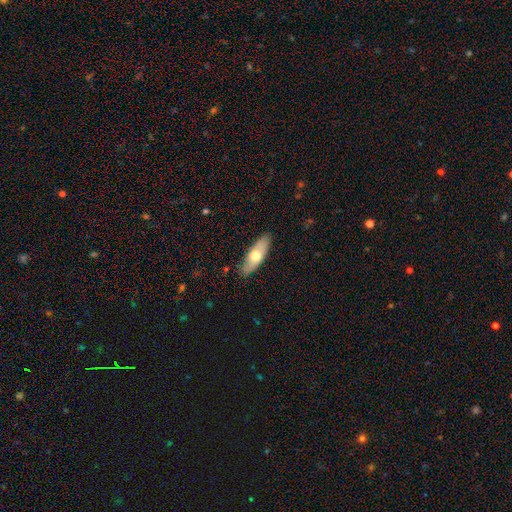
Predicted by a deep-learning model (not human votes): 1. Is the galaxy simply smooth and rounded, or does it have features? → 62% smooth, 32% featured or disk, 6% star or artifact.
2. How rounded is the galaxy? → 63% in between, 35% cigar-shaped, 2% round.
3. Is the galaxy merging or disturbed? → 86% none, 11% minor disturbance, 2% major disturbance, 1% merger.